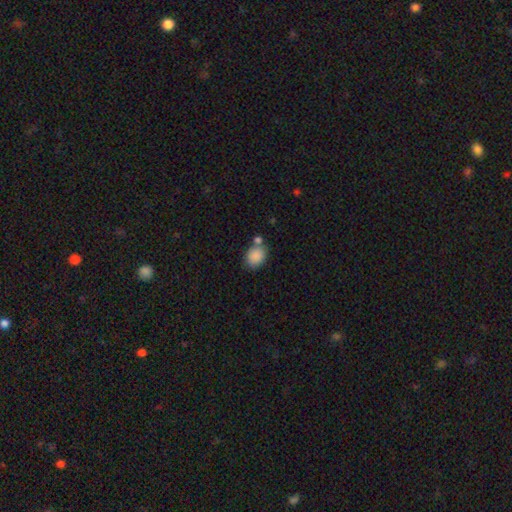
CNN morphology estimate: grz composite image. It shows a smooth galaxy with no disk features (88%) that is round (50%). Merging: none (65%).